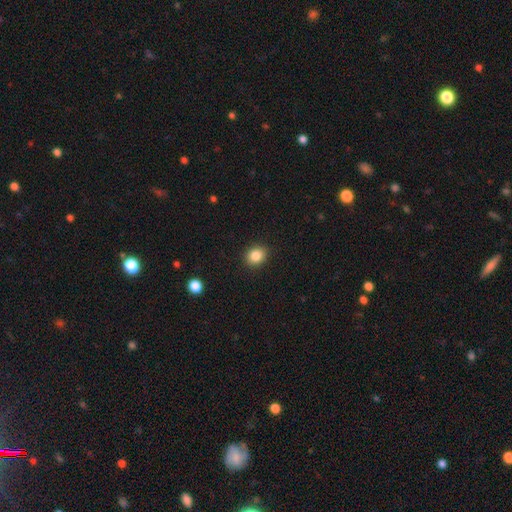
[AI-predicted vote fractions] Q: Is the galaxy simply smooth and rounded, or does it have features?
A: smooth — 85%.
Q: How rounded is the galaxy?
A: round — 66%.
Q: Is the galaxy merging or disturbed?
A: none — 90%.